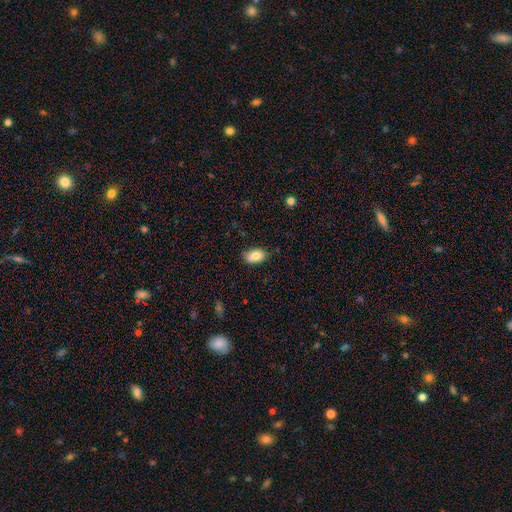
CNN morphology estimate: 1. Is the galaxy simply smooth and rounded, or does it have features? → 80% smooth, 11% featured or disk, 8% star or artifact.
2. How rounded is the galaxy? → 88% in between, 10% round, 2% cigar-shaped.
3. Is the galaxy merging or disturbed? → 70% none, 21% minor disturbance, 6% merger, 3% major disturbance.